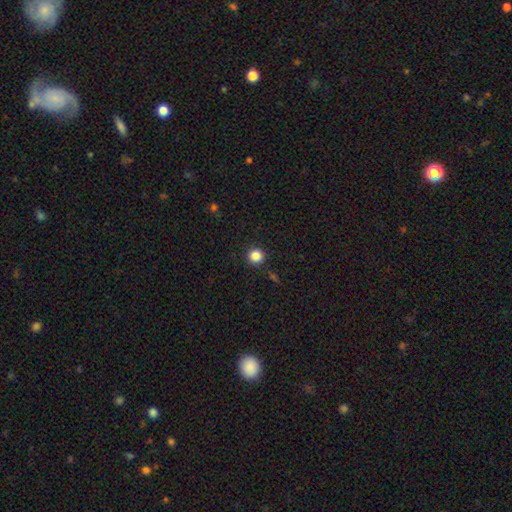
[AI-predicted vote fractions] Overall: smooth (85%). How rounded: round (94%). Merging: none (91%).